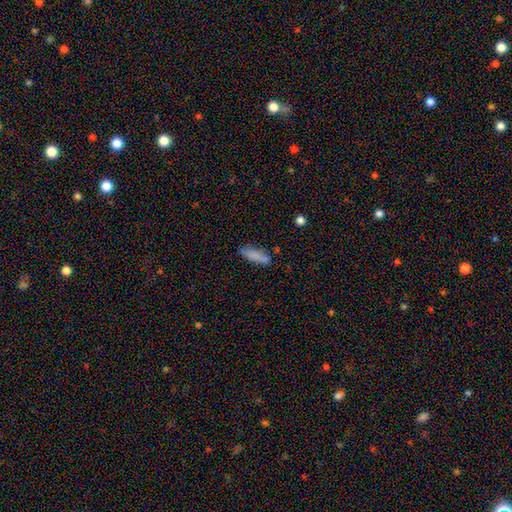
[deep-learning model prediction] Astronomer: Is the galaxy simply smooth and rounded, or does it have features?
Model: smooth — 83%.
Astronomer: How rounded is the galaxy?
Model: cigar-shaped — 54% (runner-up: in between, 44%).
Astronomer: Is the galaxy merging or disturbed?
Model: none — 73%.